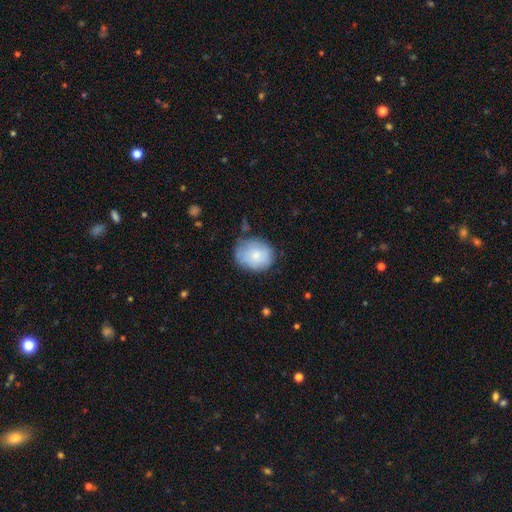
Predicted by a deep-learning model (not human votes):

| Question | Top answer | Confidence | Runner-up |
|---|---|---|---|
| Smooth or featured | smooth | 73% | featured or disk (20%) |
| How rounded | round | 51% | in between (48%) |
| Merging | none | 69% | minor disturbance (23%) |